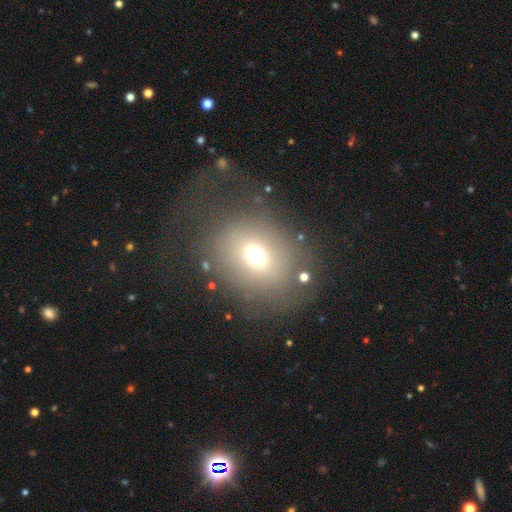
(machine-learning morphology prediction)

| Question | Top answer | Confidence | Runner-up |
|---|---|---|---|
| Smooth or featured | smooth | 67% | star or artifact (20%) |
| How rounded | round | 71% | in between (27%) |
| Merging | none | 73% | minor disturbance (12%) |